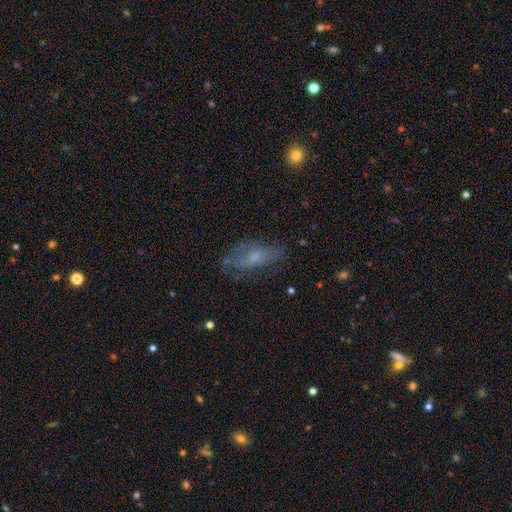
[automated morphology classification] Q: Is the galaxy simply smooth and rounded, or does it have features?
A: smooth — 43%.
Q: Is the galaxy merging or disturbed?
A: none — 60%.